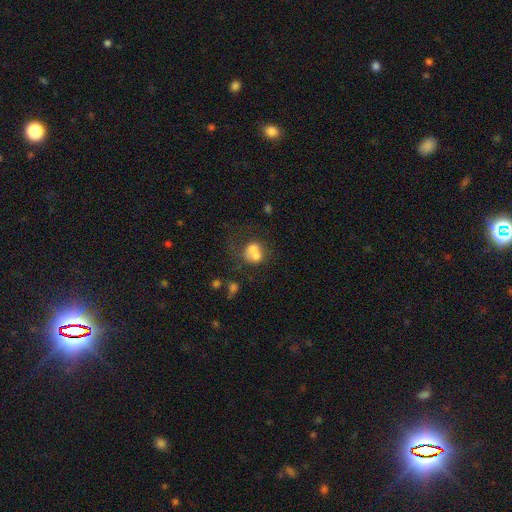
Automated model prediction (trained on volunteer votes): Smooth or featured? Predicted: smooth (p=0.61). How rounded? Predicted: round (p=0.64). Merging? Predicted: merger (p=0.60).